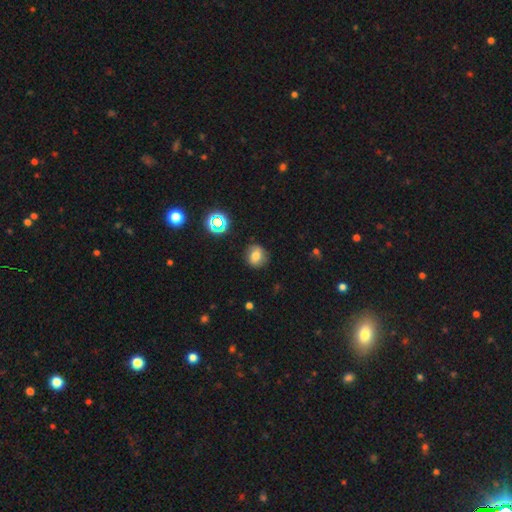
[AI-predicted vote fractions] A smooth galaxy with no disk features (71%) that is round (78%).

Vote fractions:
- Smooth or featured? smooth: 71% / star or artifact: 15% / featured or disk: 14%
- How rounded? round: 78% / in between: 21% / cigar-shaped: 1%
- Merging? none: 82% / minor disturbance: 13% / major disturbance: 3% / merger: 2%